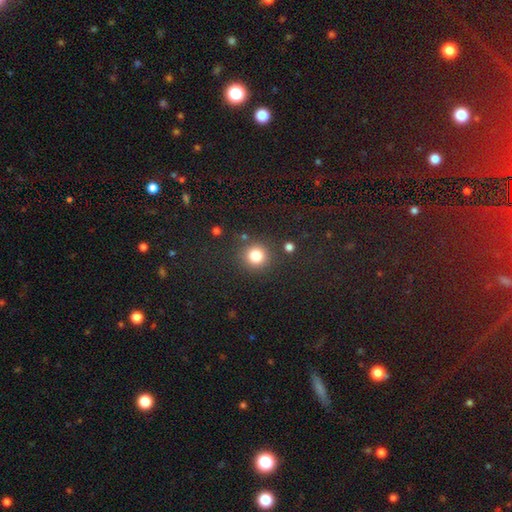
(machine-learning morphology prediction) A smooth galaxy with no disk features (83%) that is round (93%). Merging: none (85%).